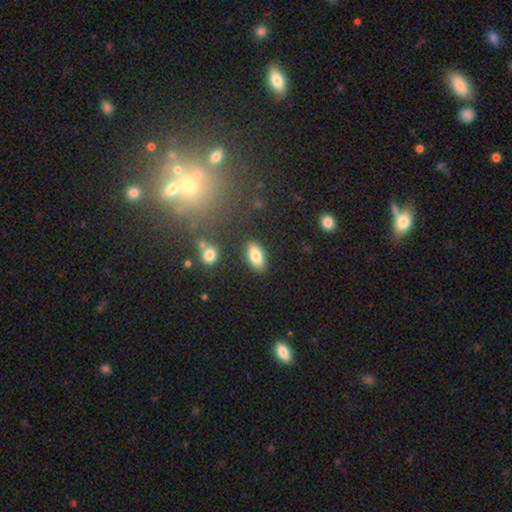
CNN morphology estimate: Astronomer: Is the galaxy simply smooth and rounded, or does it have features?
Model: smooth — 81%.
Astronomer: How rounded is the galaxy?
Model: in between — 89%.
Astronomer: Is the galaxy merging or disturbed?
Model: none — 86%.